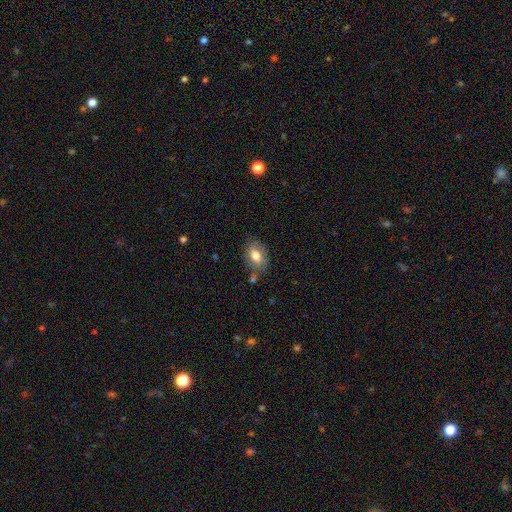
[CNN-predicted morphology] Smooth or featured? Predicted: smooth (p=0.75). How rounded? Predicted: in between (p=0.85). Merging? Predicted: none (p=0.67).